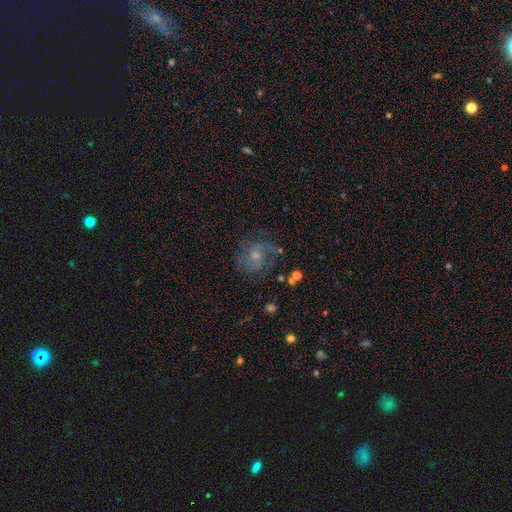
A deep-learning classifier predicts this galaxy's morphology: smooth-or-featured: featured or disk: 60% | smooth: 26% | star or artifact: 13%
  disk-edge-on: no: 98% | yes: 2%
    bar: no: 69% | weak: 27% | strong: 4%
    has-spiral-arms: yes: 77% | no: 23%
    bulge-size: small: 43% (tied) | moderate: 43% (tied) | none: 8% | large: 4% | dominant: 1%
  merging: none: 59% | minor disturbance: 20% | major disturbance: 18% | merger: 3%